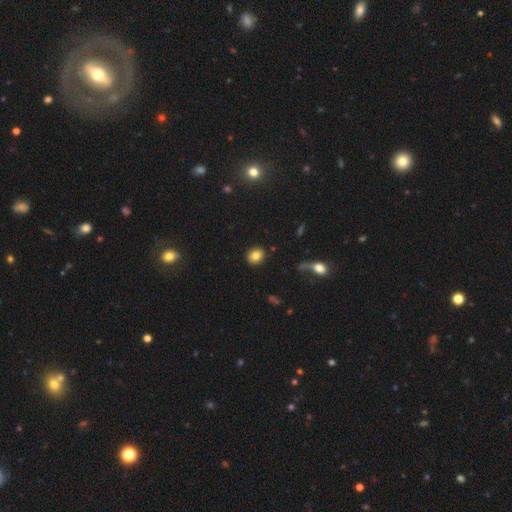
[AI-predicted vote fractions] Smooth or featured? Predicted: smooth (p=0.81). How rounded? Predicted: round (p=0.78). Merging? Predicted: none (p=0.89).